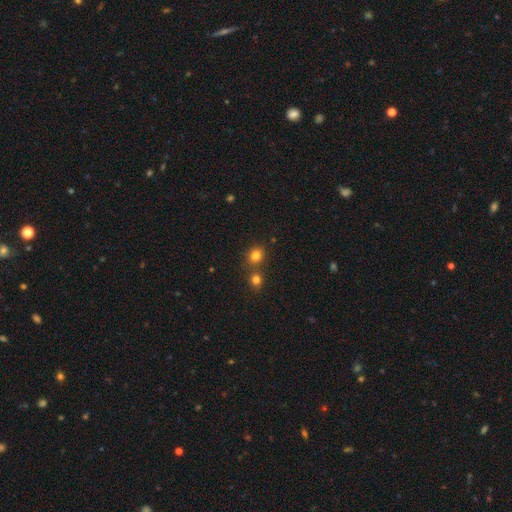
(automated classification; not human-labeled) Smooth or featured?
  - smooth: 79% *
  - star or artifact: 15%
  - featured or disk: 6%
How rounded?
  - round: 79% *
  - in between: 20%
  - cigar-shaped: 1%
Merging?
  - none: 66% *
  - merger: 24%
  - minor disturbance: 8%
  - major disturbance: 3%